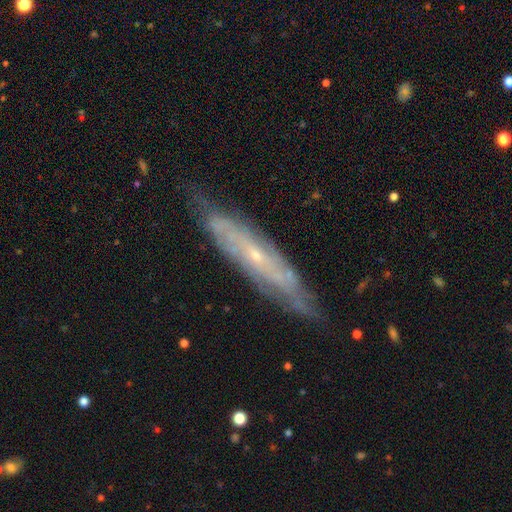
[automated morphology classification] Smooth or featured: featured or disk — 78% (smooth — 15%)
Edge-on disk: no — 59% (yes — 41%)
Merging: none — 74% (minor disturbance — 20%)